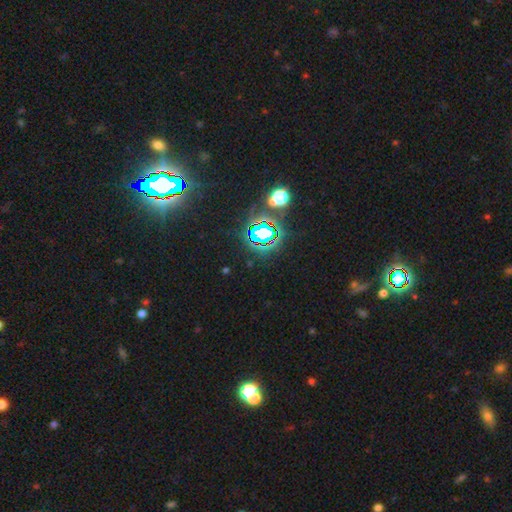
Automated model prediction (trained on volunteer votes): smooth-or-featured: star or artifact: 82% | smooth: 11% | featured or disk: 7%